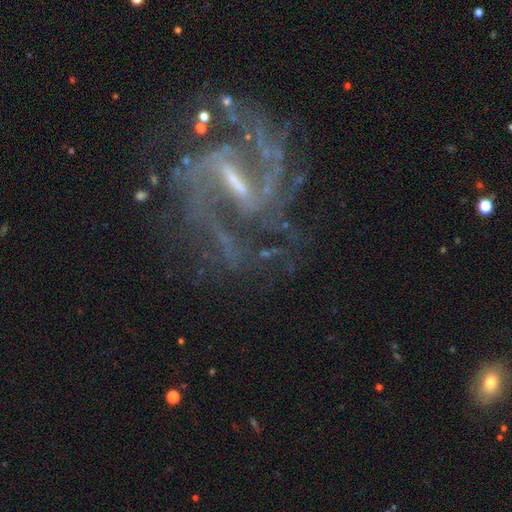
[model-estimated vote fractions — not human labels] This is clearly a featured or disk galaxy (89%). It is clearly not viewed edge-on (97%). Bar: possibly strong (47%). Spiral arm pattern: clearly yes (96%). Spiral arm count: possibly 2 (50%). Spiral winding: possibly medium (53%). Central bulge: possibly small (54%). Merging: likely none (66%).